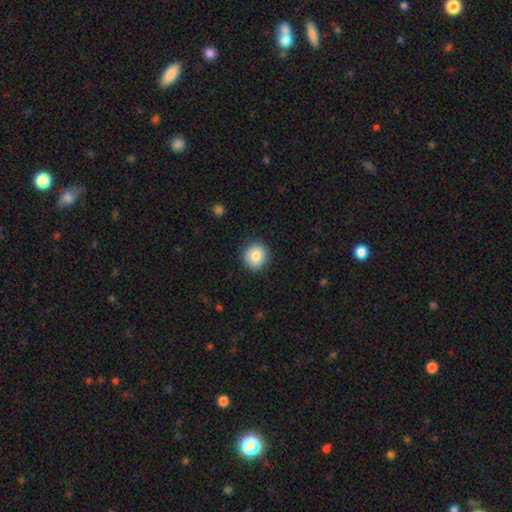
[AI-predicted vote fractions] smooth-or-featured: smooth: 82% | featured or disk: 10% | star or artifact: 9%
  how-rounded: round: 91% | in between: 8% | cigar-shaped: 1%
  merging: none: 88% | minor disturbance: 8% | major disturbance: 2% | merger: 1%